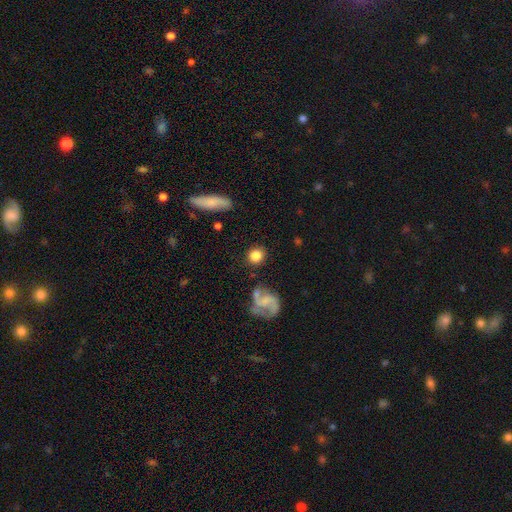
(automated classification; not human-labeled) smooth_or_featured: smooth (p=0.77) [alt: featured or disk p=0.15]
how_rounded: round (p=0.86) [alt: in between p=0.13]
merging: none (p=0.79) [alt: minor disturbance p=0.11]